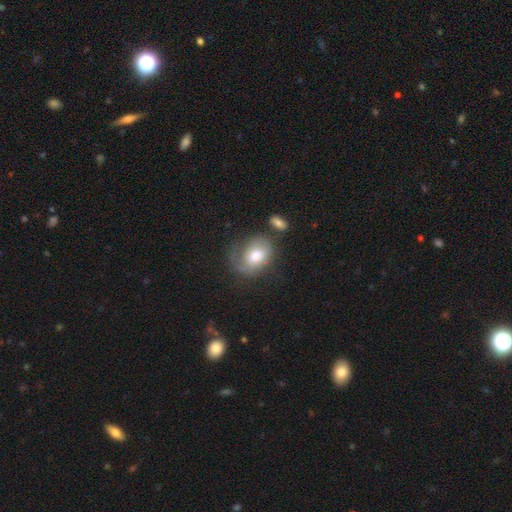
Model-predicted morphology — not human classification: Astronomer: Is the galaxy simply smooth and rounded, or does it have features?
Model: smooth — 57% (runner-up: featured or disk, 36%).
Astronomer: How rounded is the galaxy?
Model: in between — 59% (runner-up: round, 40%).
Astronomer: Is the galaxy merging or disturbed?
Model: none — 43% (runner-up: minor disturbance, 26%).